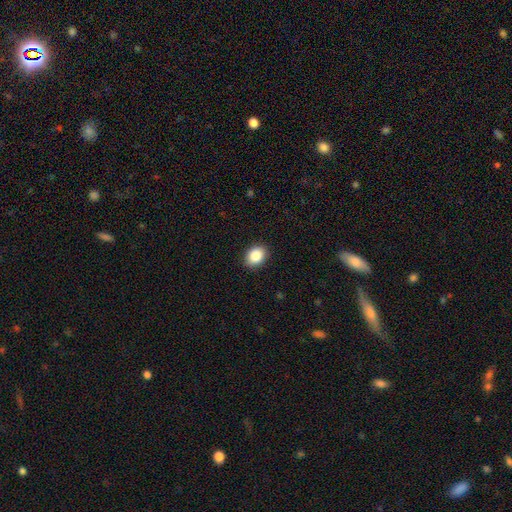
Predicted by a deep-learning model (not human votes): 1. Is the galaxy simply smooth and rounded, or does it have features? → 87% smooth, 8% star or artifact, 5% featured or disk.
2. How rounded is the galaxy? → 66% in between, 33% round, 1% cigar-shaped.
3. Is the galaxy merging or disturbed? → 89% none, 8% minor disturbance, 2% major disturbance, 1% merger.